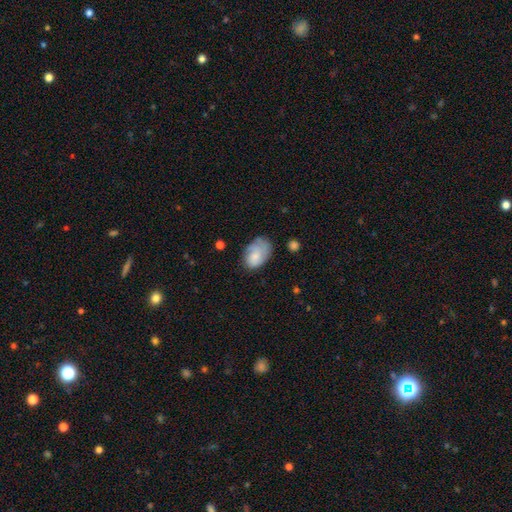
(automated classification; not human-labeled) Q: Smooth or featured?
A: smooth (67%); runner-up: featured or disk (26%)
Q: How rounded?
A: in between (87%); runner-up: round (12%)
Q: Merging?
A: none (50%); runner-up: minor disturbance (32%)